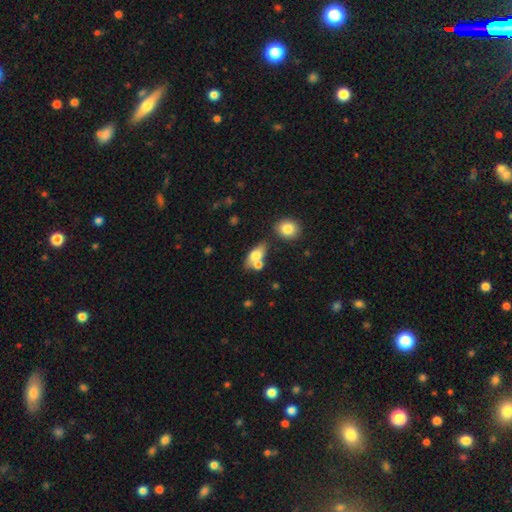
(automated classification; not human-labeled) This appears to be a smooth galaxy with no disk features (71%) that is in between round and cigar-shaped (80%). Merging: none (45%).